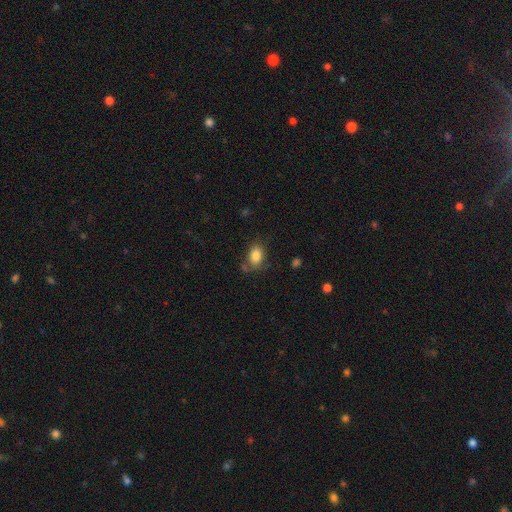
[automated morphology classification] smooth 84%, star or artifact 9%, featured or disk 8%. Down the decision tree: how rounded — in between (82%); merging — none (69%).